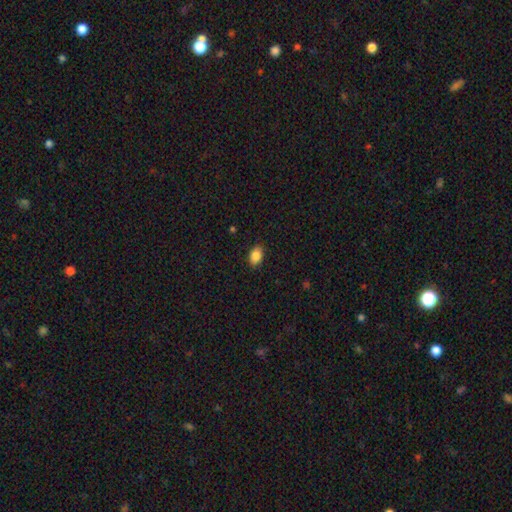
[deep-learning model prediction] Smooth or featured? smooth (87%)
How rounded? in between (84%)
Merging? none (87%)